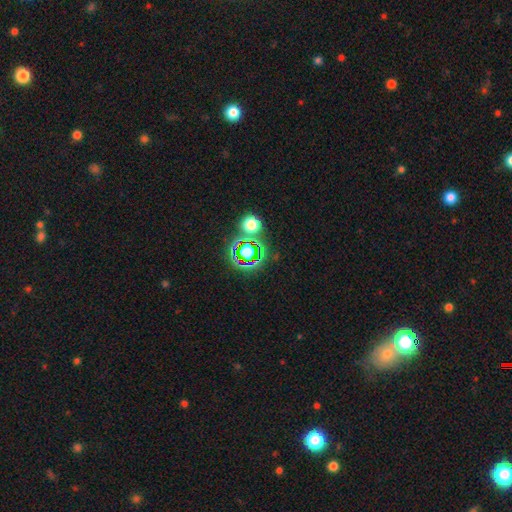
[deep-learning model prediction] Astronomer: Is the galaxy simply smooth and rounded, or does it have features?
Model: star or artifact — 70%.